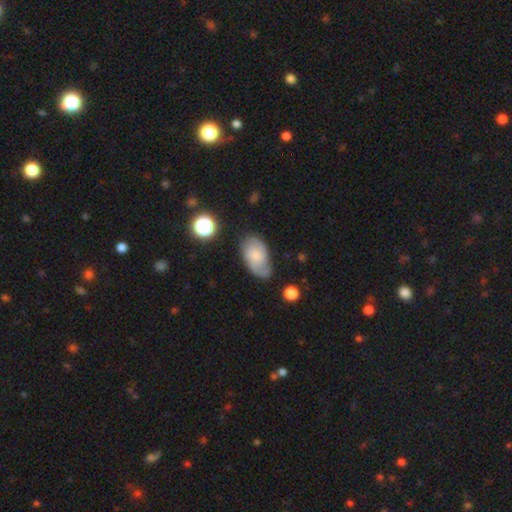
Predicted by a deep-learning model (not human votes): smooth-or-featured: smooth: 58% | featured or disk: 33% | star or artifact: 9%
  how-rounded: in between: 92% | round: 6% | cigar-shaped: 2%
  merging: none: 53% | minor disturbance: 32% | major disturbance: 11% | merger: 4%